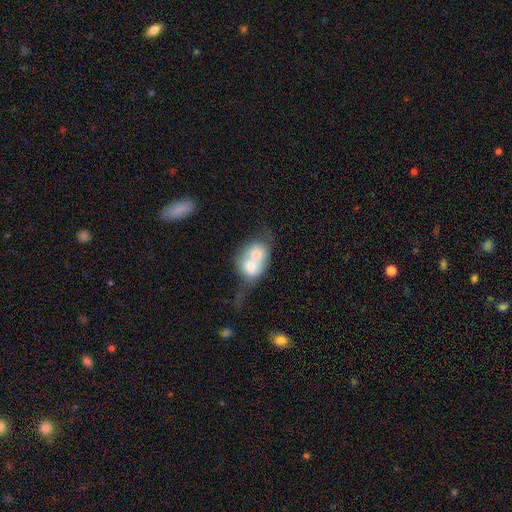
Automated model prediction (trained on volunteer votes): smooth-or-featured: smooth: 61% | featured or disk: 31% | star or artifact: 8%
  how-rounded: in between: 49% (tied) | round: 49% (tied) | cigar-shaped: 2%
  merging: merger: 77% | none: 12% | minor disturbance: 5% | major disturbance: 5%